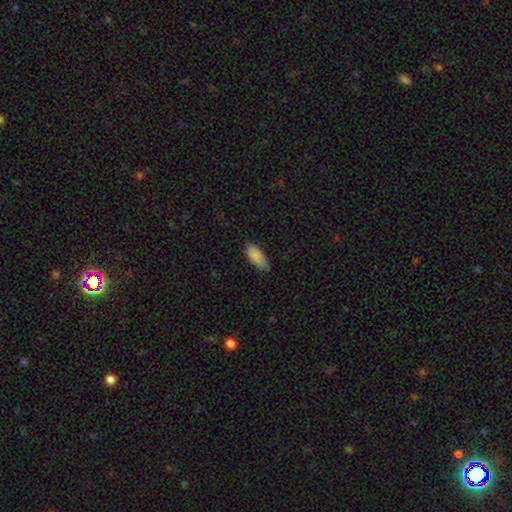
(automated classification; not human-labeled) This appears to be a smooth galaxy with no disk features (86%) that is in between round and cigar-shaped (84%). Merging: none (72%).